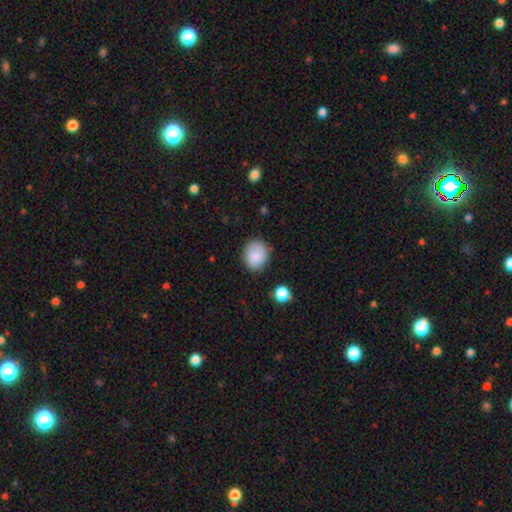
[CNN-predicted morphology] Smooth or featured? Predicted: smooth (p=0.85). How rounded? Predicted: round (p=0.64). Merging? Predicted: none (p=0.76).